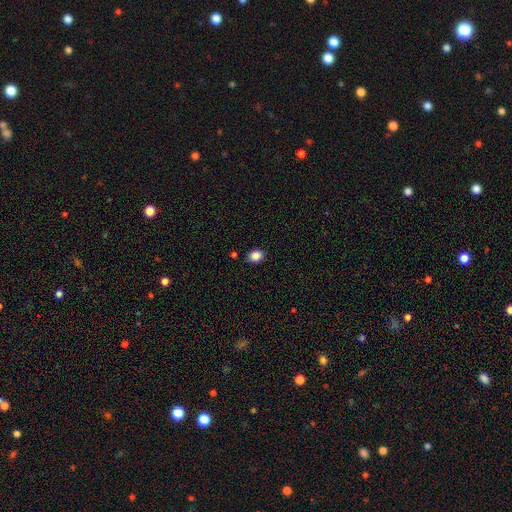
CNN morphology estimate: A smooth galaxy with no disk features (86%) that is in between round and cigar-shaped (51%).

Vote fractions:
- Smooth or featured? smooth: 86% / star or artifact: 10% / featured or disk: 4%
- How rounded? in between: 51% / round: 48% / cigar-shaped: 1%
- Merging? none: 87% / minor disturbance: 8% / merger: 2% / major disturbance: 2%